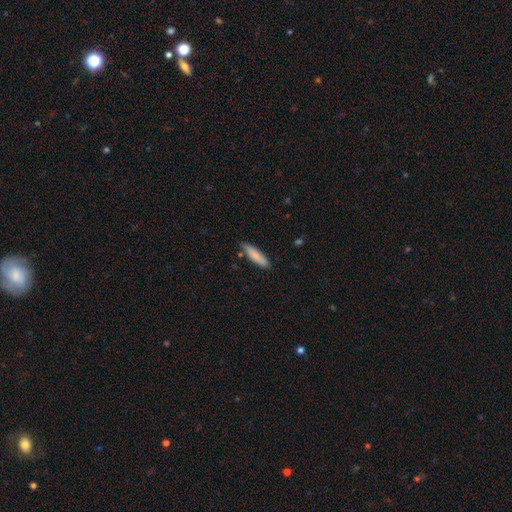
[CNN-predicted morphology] Smooth or featured: smooth — 80% (featured or disk — 15%)
How rounded: cigar-shaped — 68% (in between — 30%)
Merging: none — 79% (minor disturbance — 16%)